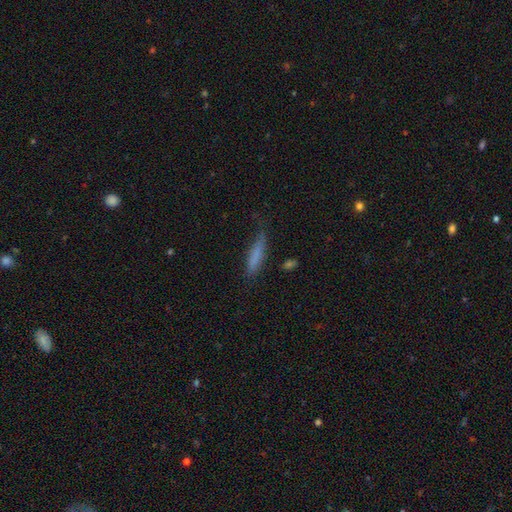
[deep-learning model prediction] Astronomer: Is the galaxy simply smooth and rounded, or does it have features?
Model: smooth — 74%.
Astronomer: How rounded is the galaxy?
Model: cigar-shaped — 83%.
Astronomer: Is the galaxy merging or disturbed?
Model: none — 63%.